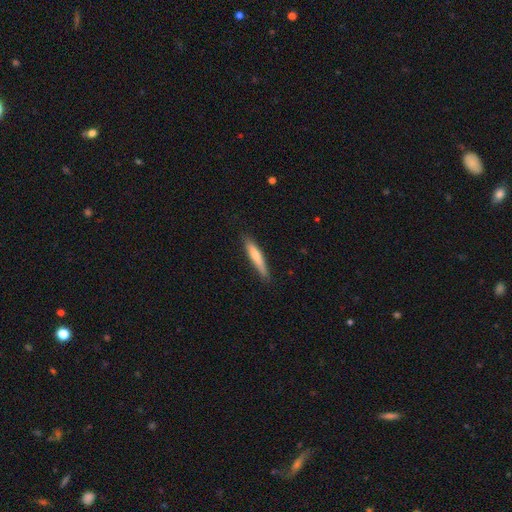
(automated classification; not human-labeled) Smooth or featured?
  - smooth: 68% *
  - featured or disk: 26%
  - star or artifact: 6%
How rounded?
  - cigar-shaped: 90% *
  - in between: 9%
  - round: 1%
Merging?
  - none: 79% *
  - minor disturbance: 17%
  - major disturbance: 3%
  - merger: 1%